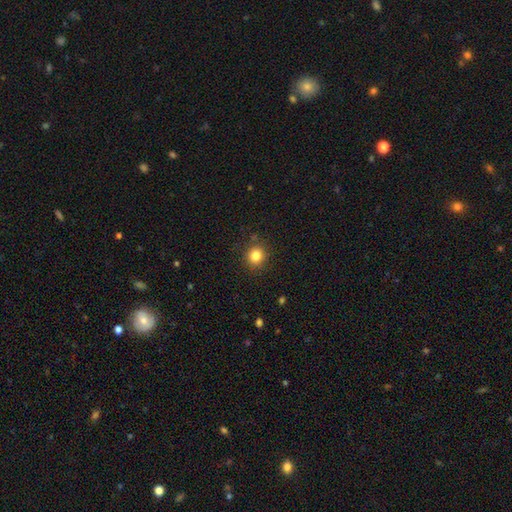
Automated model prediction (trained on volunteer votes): The model was most divided on "smooth or featured": smooth: 83%, star or artifact: 12%, featured or disk: 6%. More confident: how rounded — round (91%); merging — none (88%).